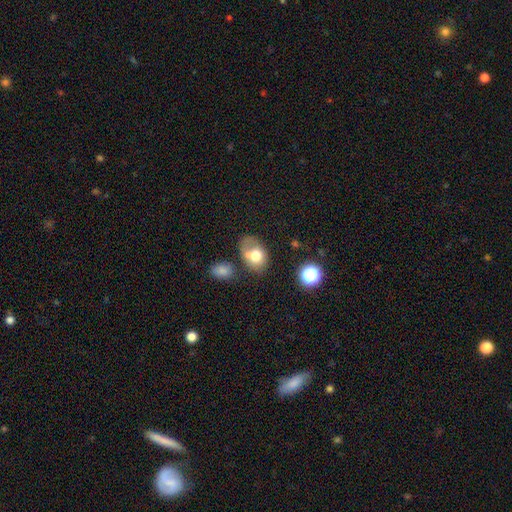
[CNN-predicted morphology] smooth 69%, featured or disk 22%, star or artifact 10%. Down the decision tree: how rounded — in between (70%); merging — none (35%).